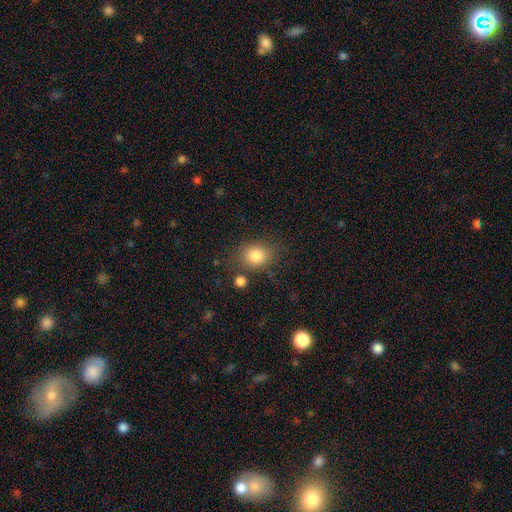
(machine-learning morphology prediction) Smooth or featured: smooth — 83% (star or artifact — 10%)
How rounded: round — 59% (in between — 40%)
Merging: none — 74% (minor disturbance — 14%)